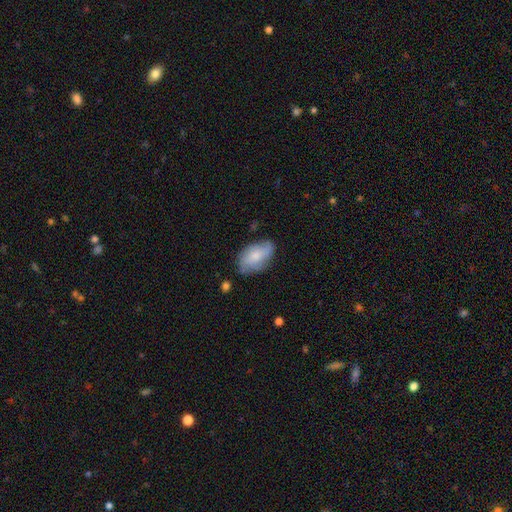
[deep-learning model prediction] Q: Smooth or featured?
A: smooth (68%); runner-up: featured or disk (25%)
Q: How rounded?
A: in between (93%); runner-up: round (5%)
Q: Merging?
A: none (63%); runner-up: minor disturbance (27%)